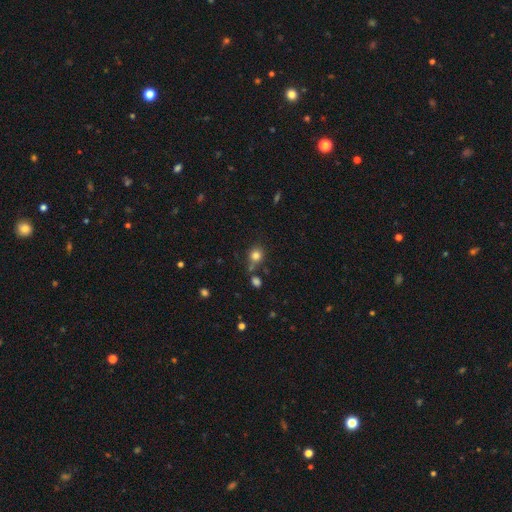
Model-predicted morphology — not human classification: Smooth or featured? Predicted: smooth (p=0.80). How rounded? Predicted: round (p=0.83). Merging? Predicted: none (p=0.65).